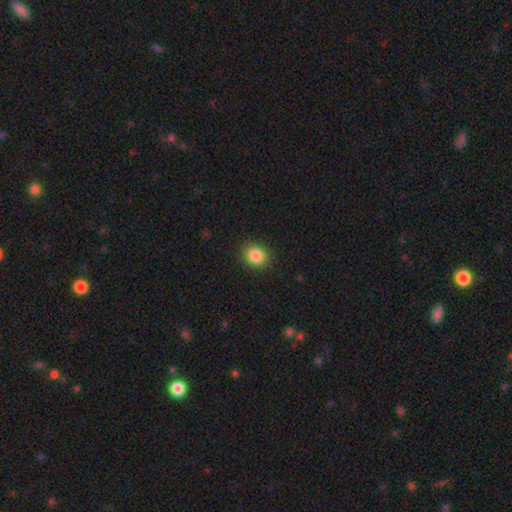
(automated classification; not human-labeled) smooth_or_featured: smooth (p=0.87) [alt: star or artifact p=0.09]
how_rounded: round (p=0.71) [alt: in between p=0.28]
merging: none (p=0.89) [alt: minor disturbance p=0.08]